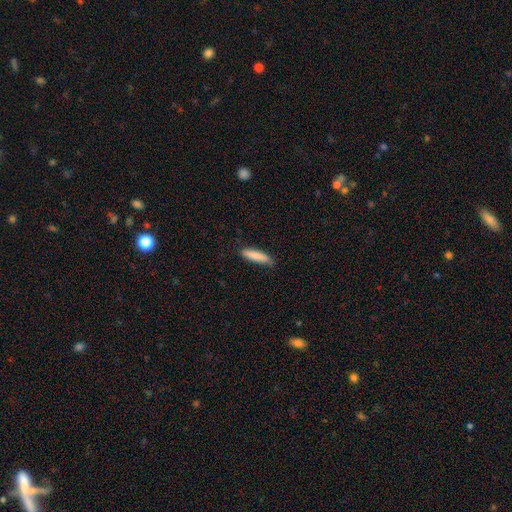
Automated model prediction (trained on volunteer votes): Morphology: type=smooth (86%); roundness=cigar-shaped (77%); merging=none (75%).